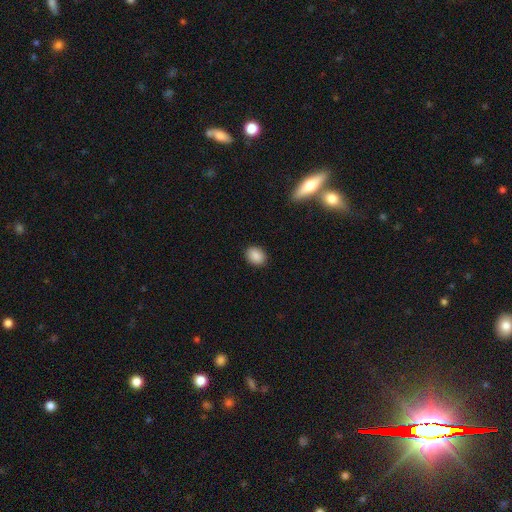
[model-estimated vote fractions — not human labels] Smooth or featured? smooth (88%)
How rounded? in between (56%)
Merging? none (89%)